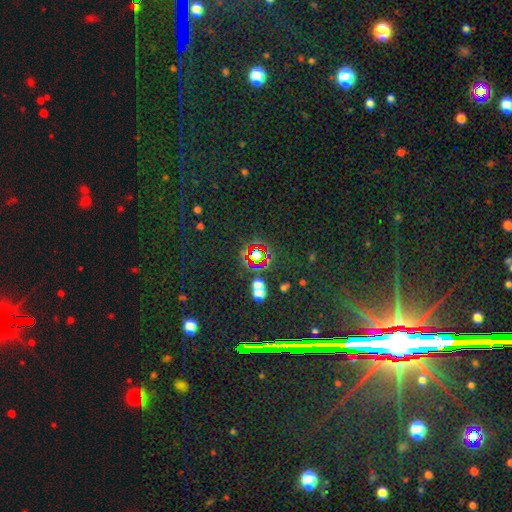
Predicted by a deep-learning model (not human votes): Smooth or featured: star or artifact — 58% (smooth — 29%)